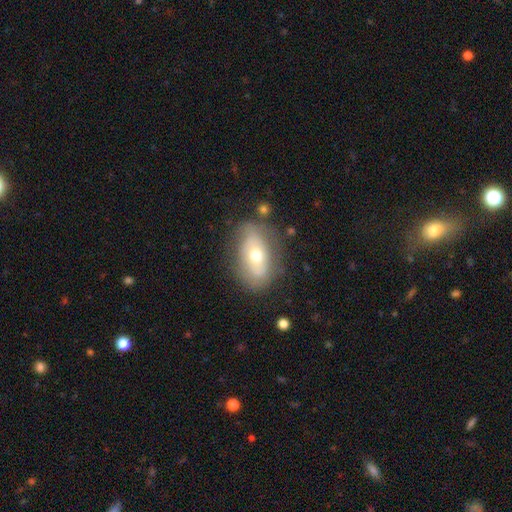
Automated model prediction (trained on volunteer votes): Smooth or featured?
  - smooth: 48% *
  - featured or disk: 44%
  - star or artifact: 8%
Merging?
  - none: 68% *
  - minor disturbance: 21%
  - major disturbance: 8%
  - merger: 3%